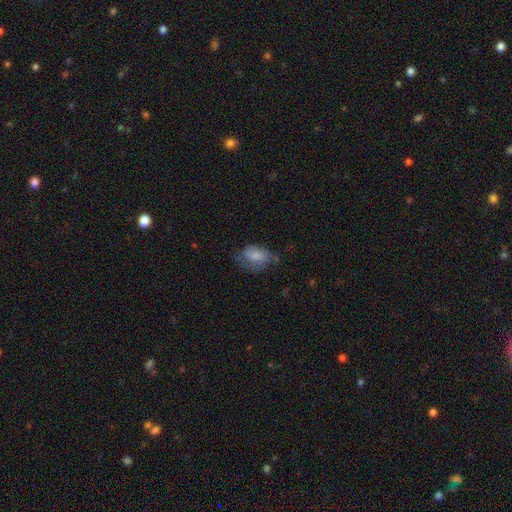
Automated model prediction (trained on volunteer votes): smooth 71%, featured or disk 21%, star or artifact 9%. Down the decision tree: how rounded — in between (77%); merging — none (44%).